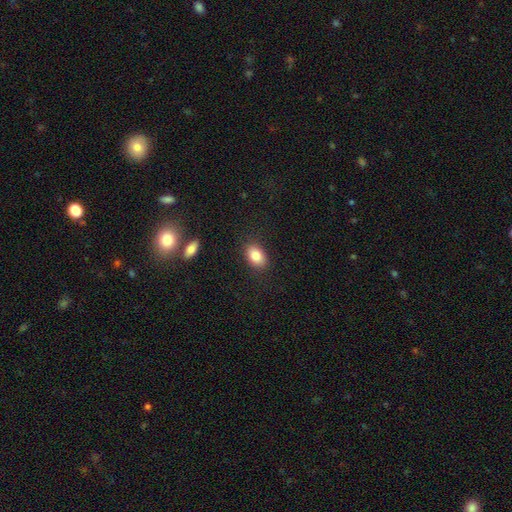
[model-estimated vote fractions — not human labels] Smooth or featured? Predicted: smooth (p=0.83). How rounded? Predicted: in between (p=0.85). Merging? Predicted: none (p=0.86).